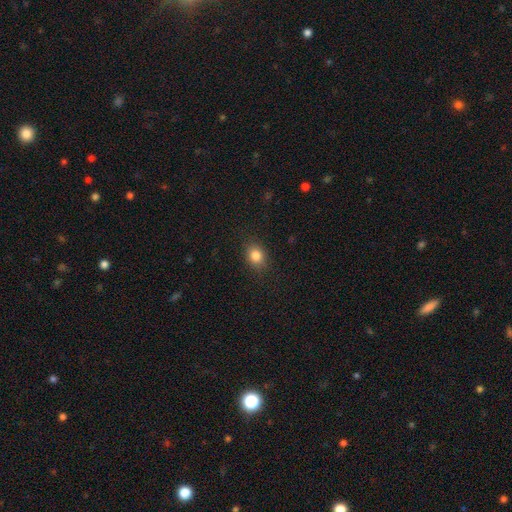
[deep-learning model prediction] Morphology: type=smooth (83%); roundness=in between (51%); merging=none (87%).